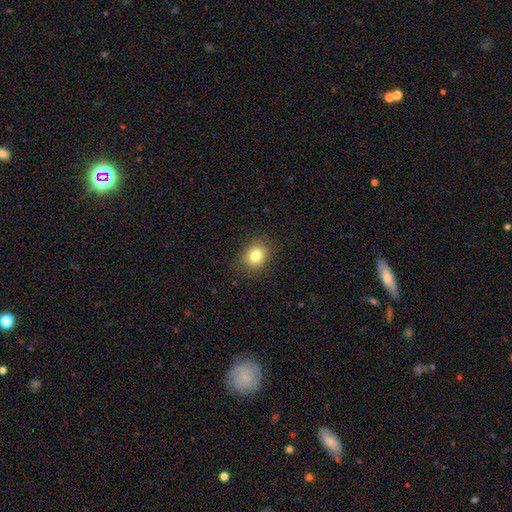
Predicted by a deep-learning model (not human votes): Smooth or featured? smooth (80%)
How rounded? round (64%)
Merging? none (87%)